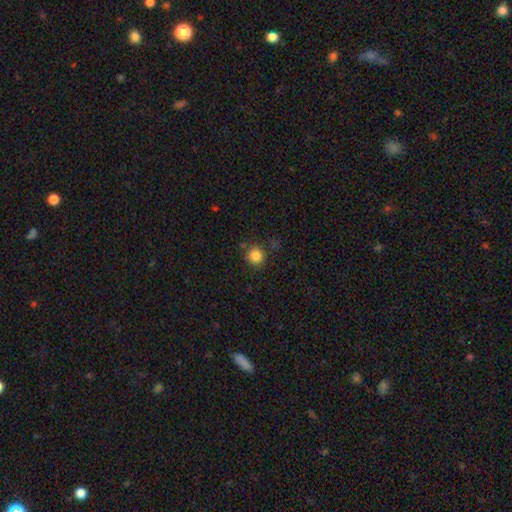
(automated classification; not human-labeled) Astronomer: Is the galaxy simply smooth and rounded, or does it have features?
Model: smooth — 84%.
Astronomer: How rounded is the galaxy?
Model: round — 93%.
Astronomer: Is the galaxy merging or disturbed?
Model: none — 85%.